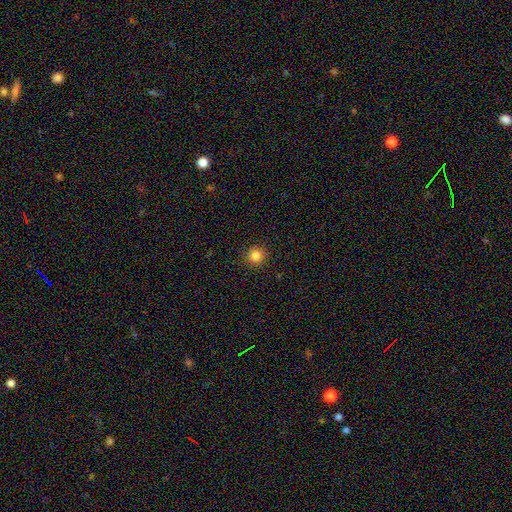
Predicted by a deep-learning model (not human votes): Smooth or featured: smooth — 84% (star or artifact — 12%)
How rounded: round — 94% (in between — 5%)
Merging: none — 92% (minor disturbance — 6%)